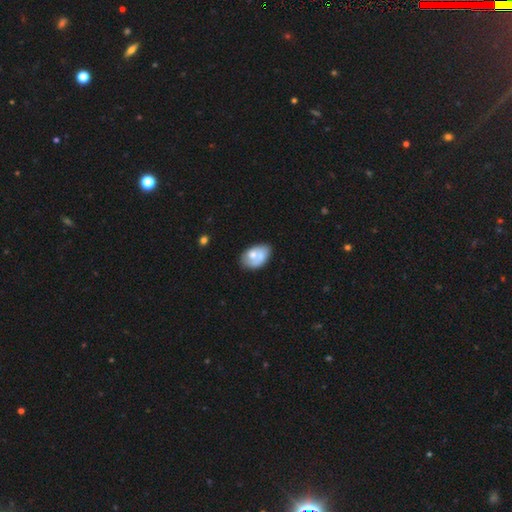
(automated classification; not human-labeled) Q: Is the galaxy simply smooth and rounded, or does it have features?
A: smooth — 59%.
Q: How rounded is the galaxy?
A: in between — 84%.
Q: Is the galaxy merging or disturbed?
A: none — 41%.